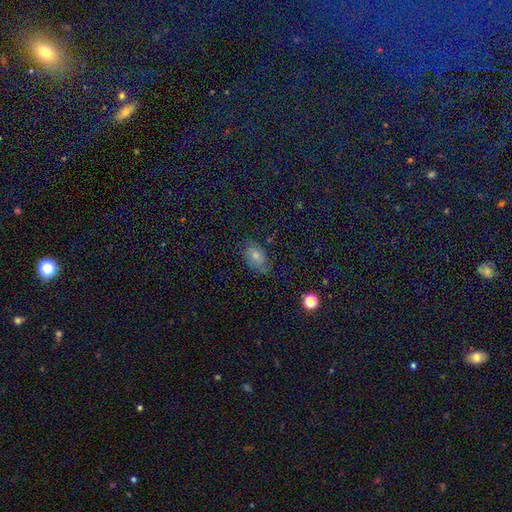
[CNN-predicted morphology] smooth-or-featured: smooth: 49% | star or artifact: 31% | featured or disk: 20%
  merging: none: 71% | minor disturbance: 21% | major disturbance: 6% | merger: 2%